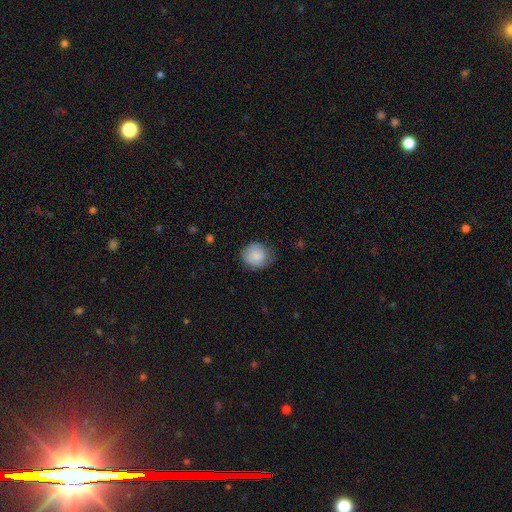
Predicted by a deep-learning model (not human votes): Morphology: type=smooth (87%); roundness=round (82%); merging=none (74%).